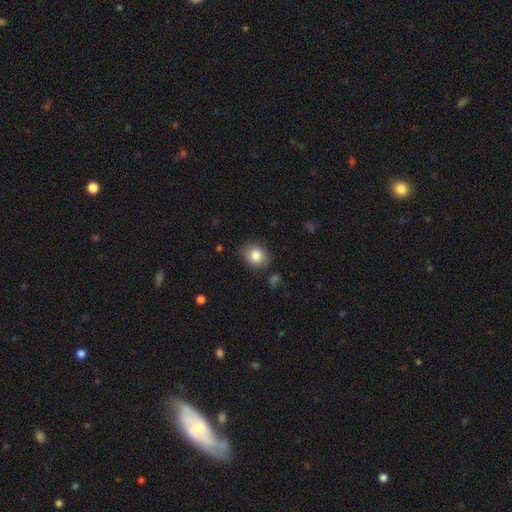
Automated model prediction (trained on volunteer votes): This is clearly a smooth galaxy (83%). How rounded: possibly round (52%). Merging: clearly none (80%).